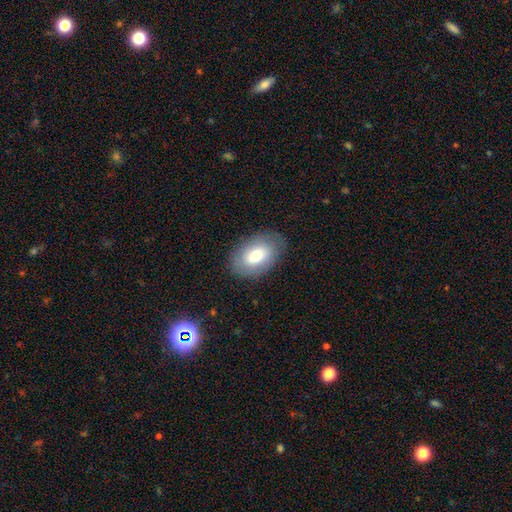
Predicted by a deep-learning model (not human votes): A smooth galaxy with no disk features (76%) that is in between round and cigar-shaped (90%).

Vote fractions:
- Smooth or featured? smooth: 76% / featured or disk: 17% / star or artifact: 7%
- How rounded? in between: 90% / round: 9% / cigar-shaped: 1%
- Merging? none: 84% / minor disturbance: 12% / major disturbance: 4% / merger: 1%